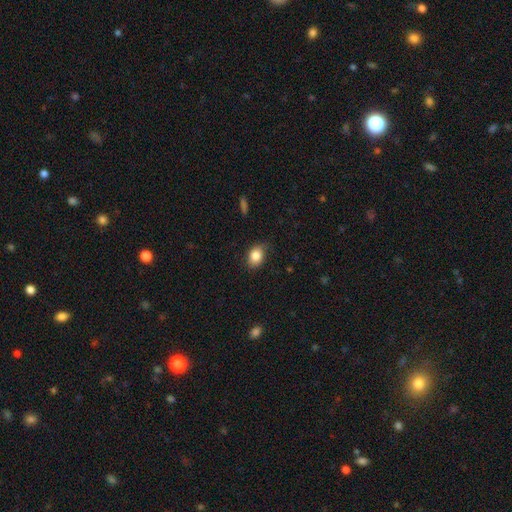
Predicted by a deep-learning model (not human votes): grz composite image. It shows a smooth galaxy with no disk features (84%) that is in between round and cigar-shaped (71%). Merging: none (78%).